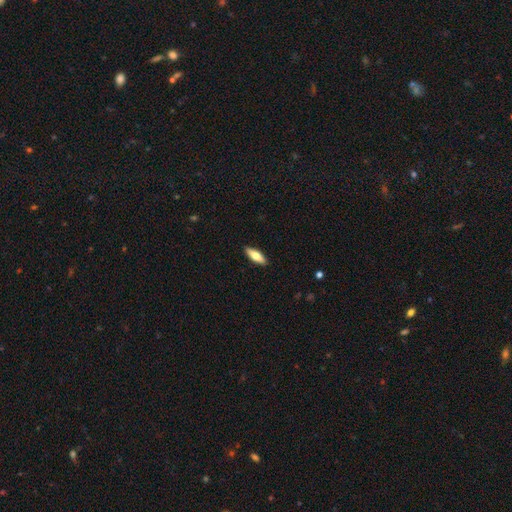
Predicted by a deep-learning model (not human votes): This is likely a smooth galaxy (69%). How rounded: possibly in between (57%). Merging: clearly none (90%).